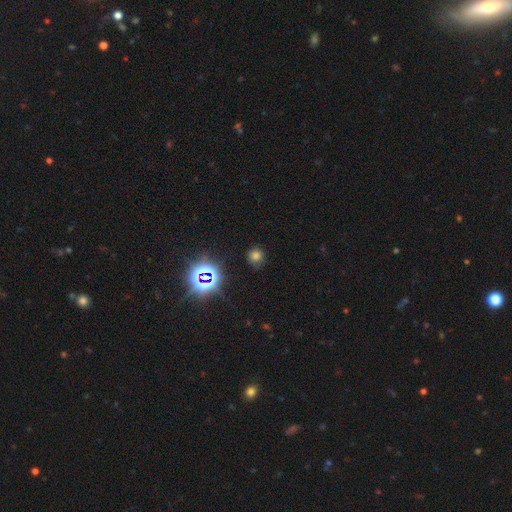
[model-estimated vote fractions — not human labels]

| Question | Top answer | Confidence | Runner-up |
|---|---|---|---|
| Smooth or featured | smooth | 66% | star or artifact (28%) |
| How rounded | round | 90% | in between (9%) |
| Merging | none | 83% | minor disturbance (11%) |